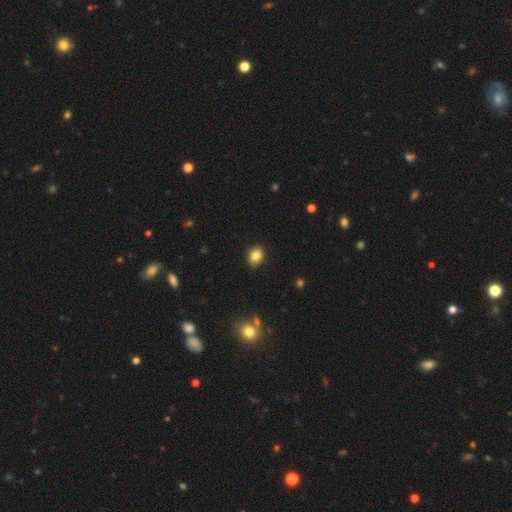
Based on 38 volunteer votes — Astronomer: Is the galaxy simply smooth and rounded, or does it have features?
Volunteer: smooth — 84%.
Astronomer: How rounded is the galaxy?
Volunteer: round — 50%, tied with in between at 50%.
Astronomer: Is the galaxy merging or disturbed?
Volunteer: none — 83%.